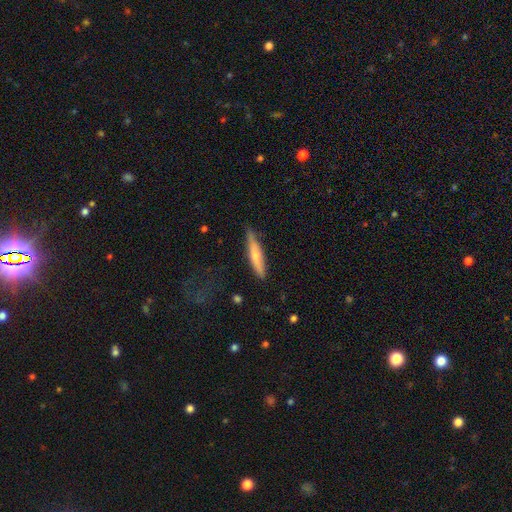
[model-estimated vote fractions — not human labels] Overall: smooth (59%; featured or disk 35%). How rounded: cigar-shaped (88%). Merging: none (78%).